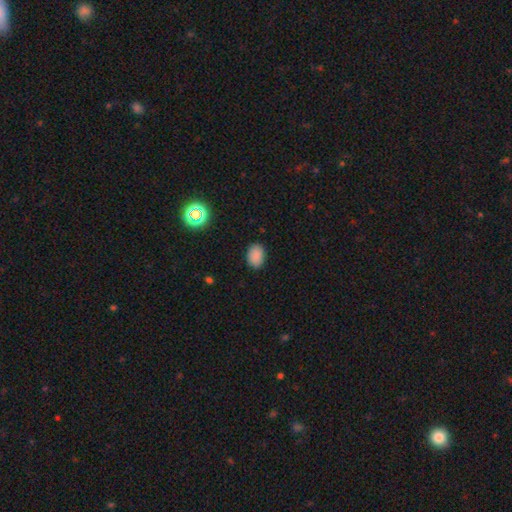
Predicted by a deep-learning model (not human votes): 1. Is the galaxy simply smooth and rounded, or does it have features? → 85% smooth, 11% star or artifact, 4% featured or disk.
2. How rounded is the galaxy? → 77% in between, 22% round, 1% cigar-shaped.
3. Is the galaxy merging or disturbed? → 87% none, 10% minor disturbance, 2% major disturbance, 1% merger.